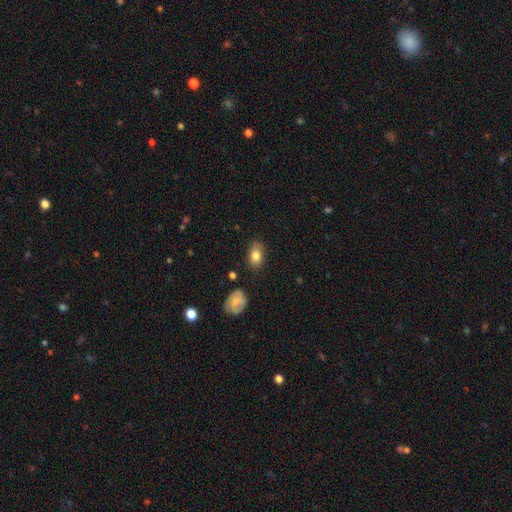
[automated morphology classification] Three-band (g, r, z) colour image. It shows a smooth galaxy with no disk features (80%) that is in between round and cigar-shaped (86%). Merging: none (76%).